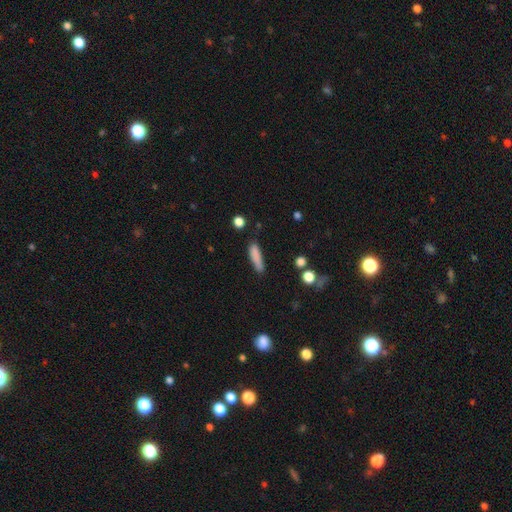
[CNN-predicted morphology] smooth-or-featured: smooth: 83% | featured or disk: 9% | star or artifact: 8%
  how-rounded: cigar-shaped: 71% | in between: 27% | round: 2%
  merging: none: 70% | minor disturbance: 21% | major disturbance: 5% | merger: 3%